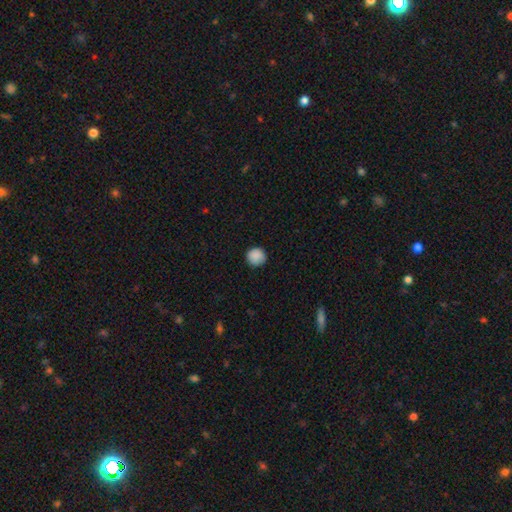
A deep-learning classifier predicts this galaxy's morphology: Smooth or featured: smooth — 88% (star or artifact — 8%)
How rounded: round — 93% (in between — 6%)
Merging: none — 87% (minor disturbance — 10%)